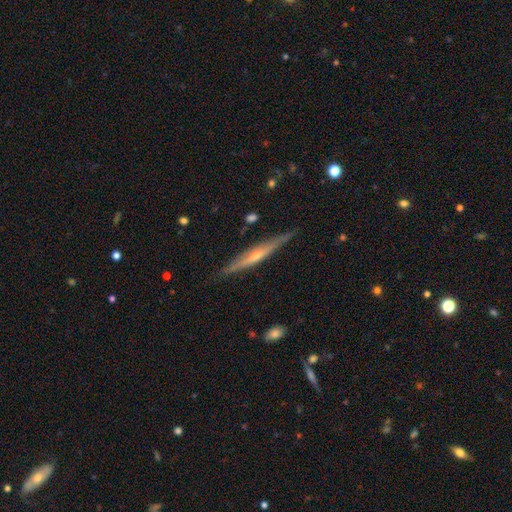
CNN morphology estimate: smooth-or-featured: featured or disk: 74% | smooth: 20% | star or artifact: 6%
  disk-edge-on: yes: 96% | no: 4%
    edge-on-bulge: rounded: 70% | none: 25% | boxy: 5%
  merging: none: 87% | minor disturbance: 10% | major disturbance: 2% | merger: 1%